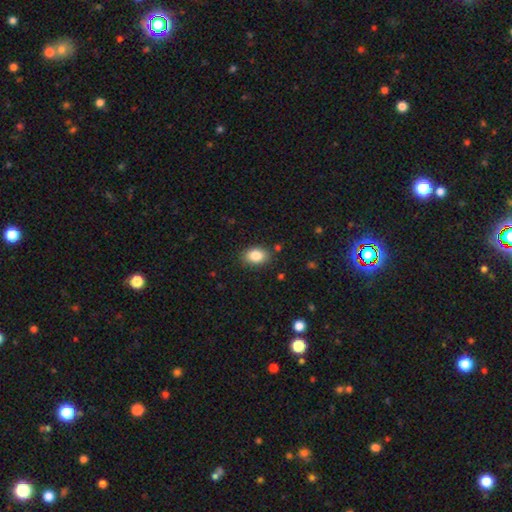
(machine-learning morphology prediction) Smooth or featured: smooth — 85% (star or artifact — 9%)
How rounded: in between — 79% (round — 20%)
Merging: none — 86% (minor disturbance — 10%)